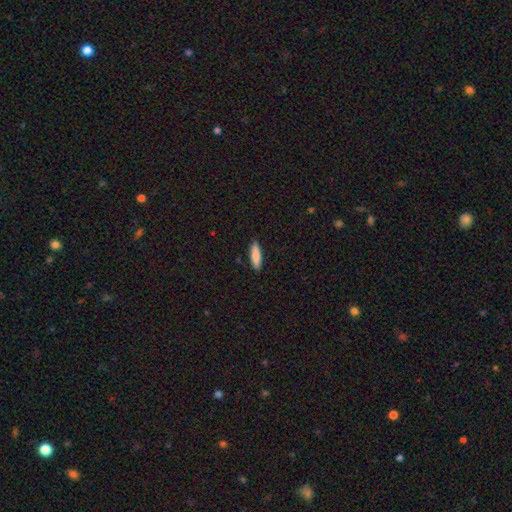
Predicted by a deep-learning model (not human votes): smooth_or_featured: smooth (p=0.86) [alt: featured or disk p=0.09]
how_rounded: cigar-shaped (p=0.70) [alt: in between p=0.29]
merging: none (p=0.90) [alt: minor disturbance p=0.07]